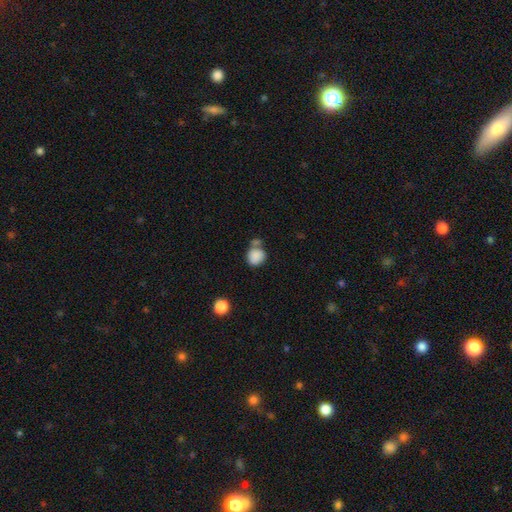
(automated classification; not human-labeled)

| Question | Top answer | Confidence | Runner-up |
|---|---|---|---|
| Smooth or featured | smooth | 86% | star or artifact (8%) |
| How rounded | round | 76% | in between (23%) |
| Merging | none | 47% | merger (30%) |